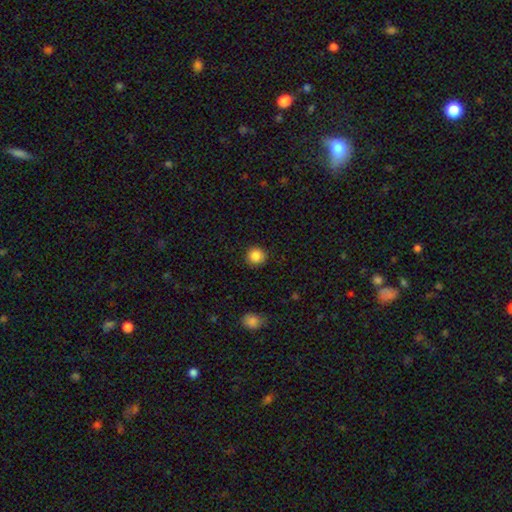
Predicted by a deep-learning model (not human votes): Smooth or featured? Predicted: smooth (p=0.87). How rounded? Predicted: round (p=0.93). Merging? Predicted: none (p=0.90).